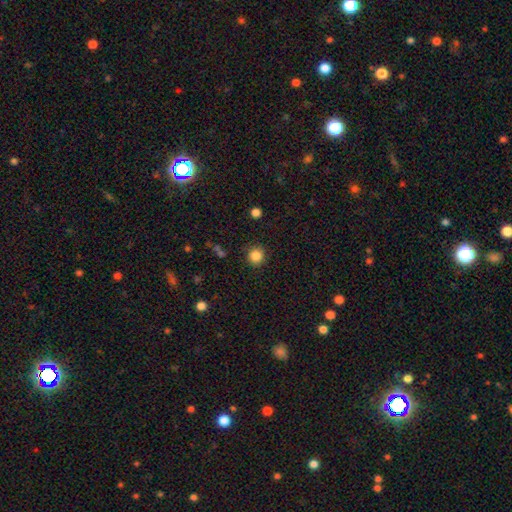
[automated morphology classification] smooth_or_featured: smooth (p=0.85) [alt: star or artifact p=0.11]
how_rounded: round (p=0.92) [alt: in between p=0.07]
merging: none (p=0.89) [alt: minor disturbance p=0.07]